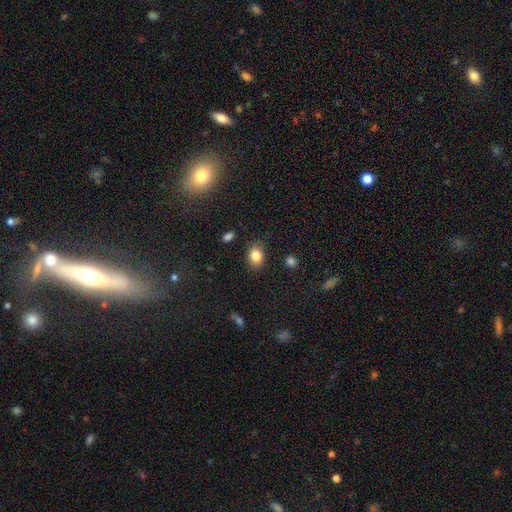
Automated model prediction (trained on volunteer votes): smooth-or-featured: smooth: 85% | star or artifact: 9% | featured or disk: 6%
  how-rounded: in between: 64% | round: 35% | cigar-shaped: 1%
  merging: none: 84% | minor disturbance: 11% | major disturbance: 3% | merger: 2%